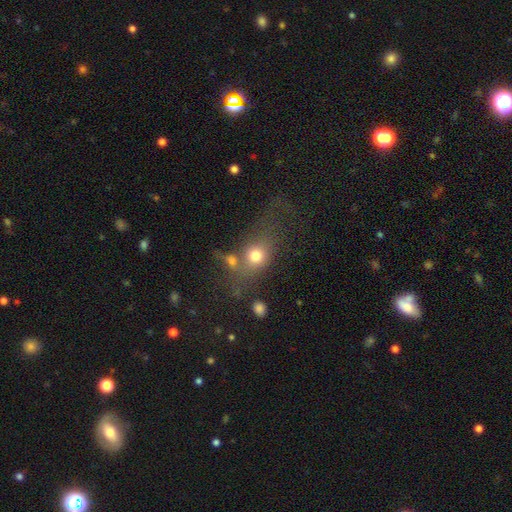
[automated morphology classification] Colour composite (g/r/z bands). It shows a smooth galaxy with no disk features (71%) that is round (56%). Merging: none (39%).